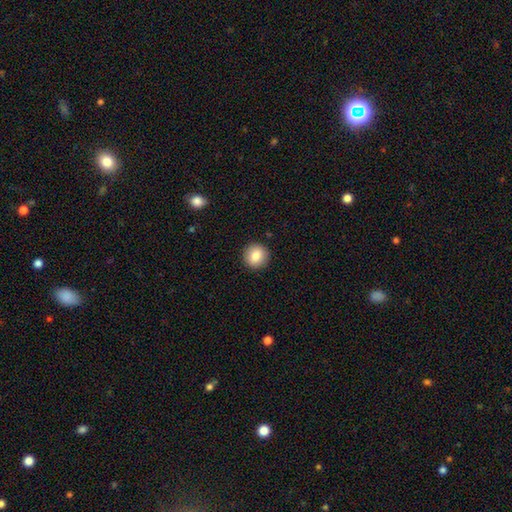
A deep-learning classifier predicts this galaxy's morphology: smooth_or_featured: smooth (p=0.84) [alt: star or artifact p=0.08]
how_rounded: round (p=0.92) [alt: in between p=0.07]
merging: none (p=0.91) [alt: minor disturbance p=0.06]